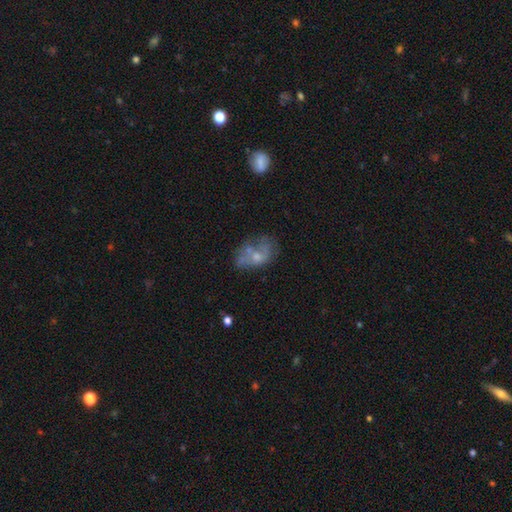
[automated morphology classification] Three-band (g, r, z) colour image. It shows a featured or disk galaxy (45%). Merging: none (33%).